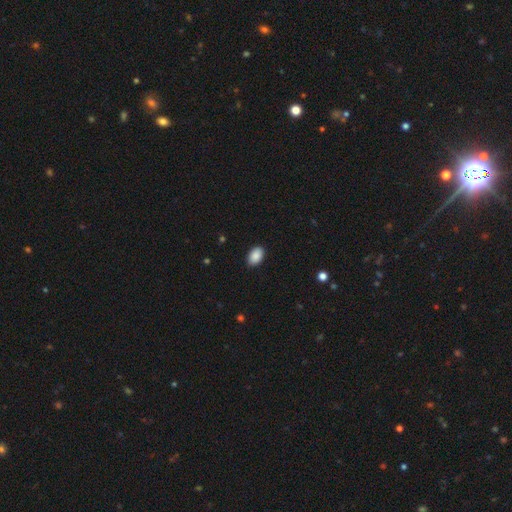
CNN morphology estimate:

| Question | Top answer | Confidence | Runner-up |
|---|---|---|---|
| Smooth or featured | smooth | 89% | star or artifact (7%) |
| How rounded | in between | 90% | round (9%) |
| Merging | none | 87% | minor disturbance (10%) |